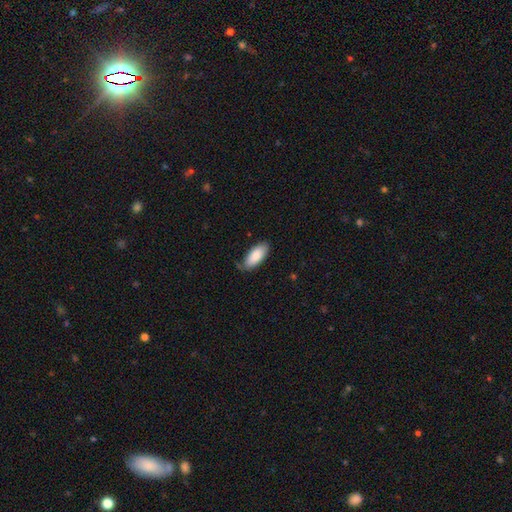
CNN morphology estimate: The model was most divided on "merging": none: 66%, minor disturbance: 27%, major disturbance: 6%, merger: 2%. More confident: how rounded — in between (88%); smooth or featured — smooth (85%).